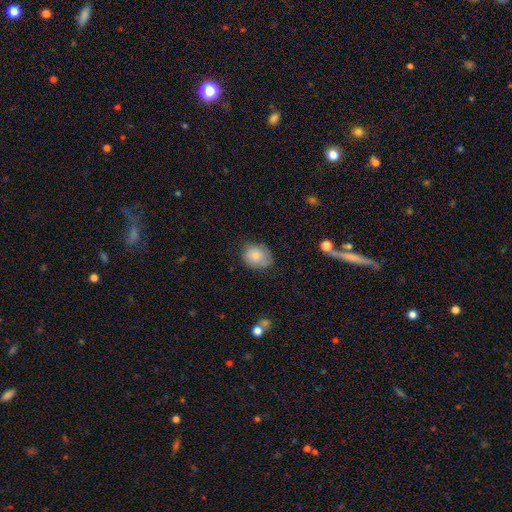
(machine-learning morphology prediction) smooth 81%, featured or disk 12%, star or artifact 7%. Down the decision tree: how rounded — in between (51%); merging — none (69%).